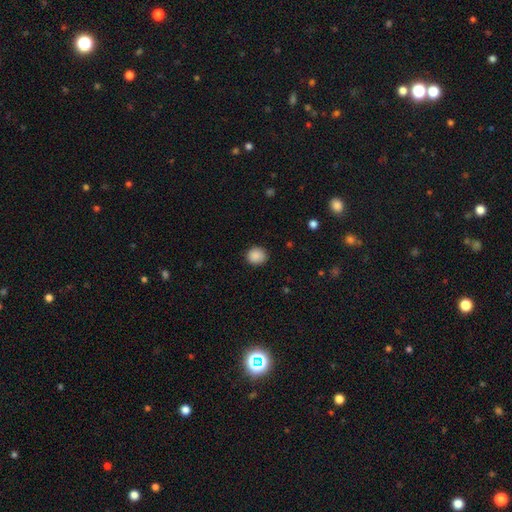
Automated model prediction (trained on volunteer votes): This is clearly a smooth galaxy (89%). How rounded: clearly round (83%). Merging: clearly none (88%).